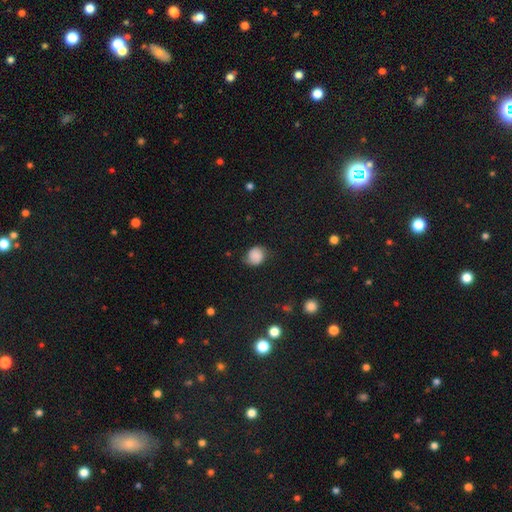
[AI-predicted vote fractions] Smooth or featured: smooth — 81% (star or artifact — 10%)
How rounded: round — 68% (in between — 31%)
Merging: none — 66% (minor disturbance — 25%)